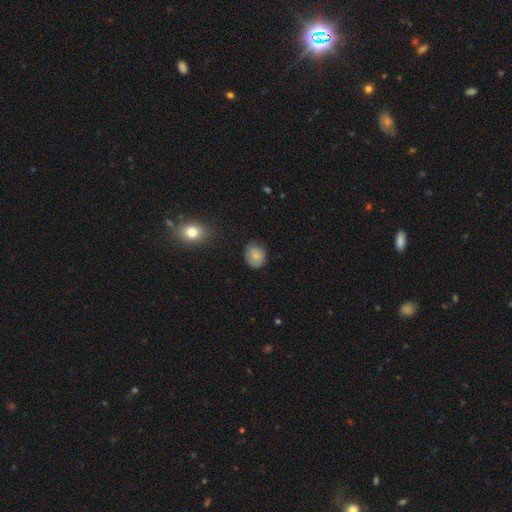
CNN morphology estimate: This appears to be a smooth galaxy with no disk features (80%) that is round (71%). Merging: none (74%).